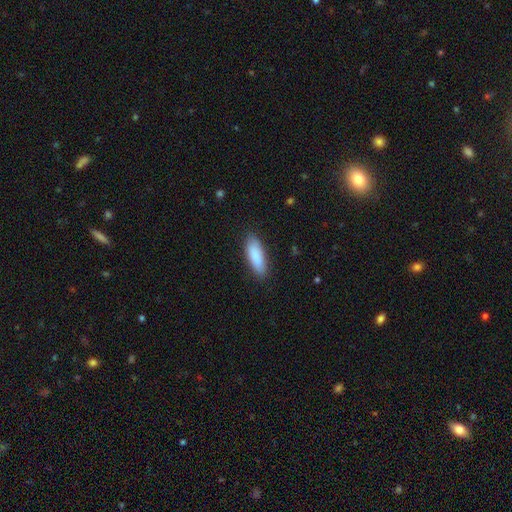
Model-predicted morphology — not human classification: This appears to be a smooth galaxy with no disk features (87%) that is in between round and cigar-shaped (57%). Merging: none (86%).